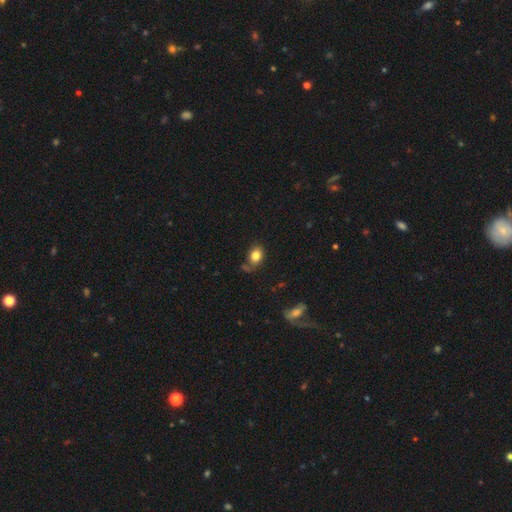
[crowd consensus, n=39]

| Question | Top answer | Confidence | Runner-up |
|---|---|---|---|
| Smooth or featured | smooth | 82% | featured or disk (13%) |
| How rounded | in between | 69% | round (31%) |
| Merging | none | 70% | minor disturbance (14%) |